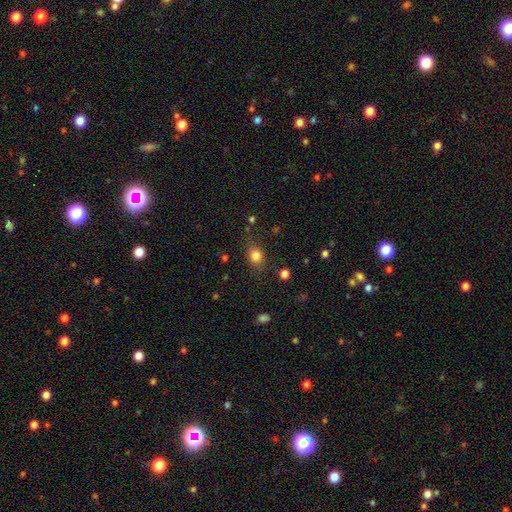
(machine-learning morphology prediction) Smooth or featured: smooth — 81% (star or artifact — 12%)
How rounded: in between — 51% (round — 47%)
Merging: none — 78% (minor disturbance — 15%)